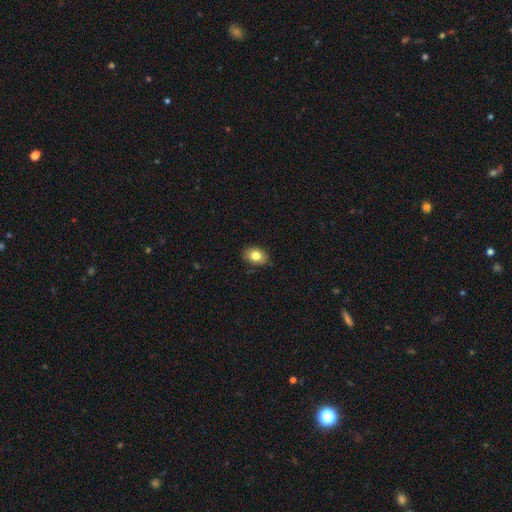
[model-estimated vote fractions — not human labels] Smooth or featured? smooth (81%)
How rounded? in between (79%)
Merging? none (84%)